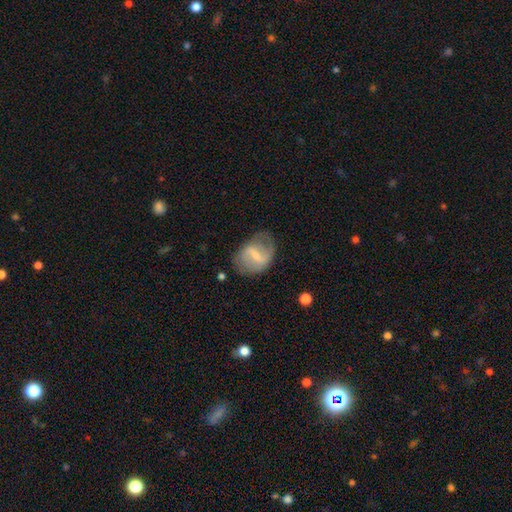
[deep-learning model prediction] Smooth or featured: featured or disk — 65% (smooth — 28%)
Edge-on disk: no — 96% (yes — 4%)
Bar: strong — 45% (tied with weak — 45%)
Spiral arms: yes — 69% (no — 31%)
Bulge size: small — 51% (moderate — 27%)
Merging: none — 64% (minor disturbance — 23%)